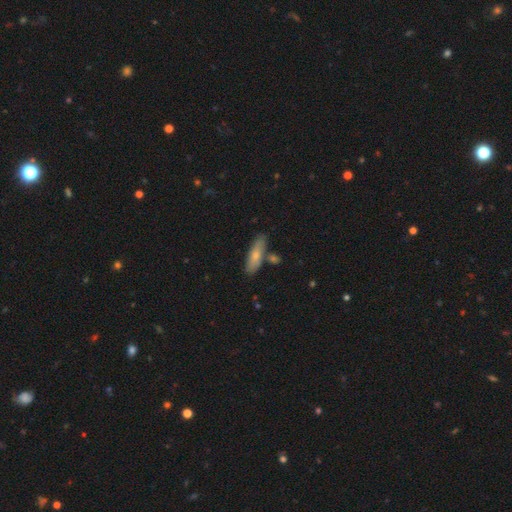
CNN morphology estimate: Smooth or featured: smooth — 69% (featured or disk — 25%)
How rounded: cigar-shaped — 61% (in between — 37%)
Merging: none — 75% (minor disturbance — 14%)